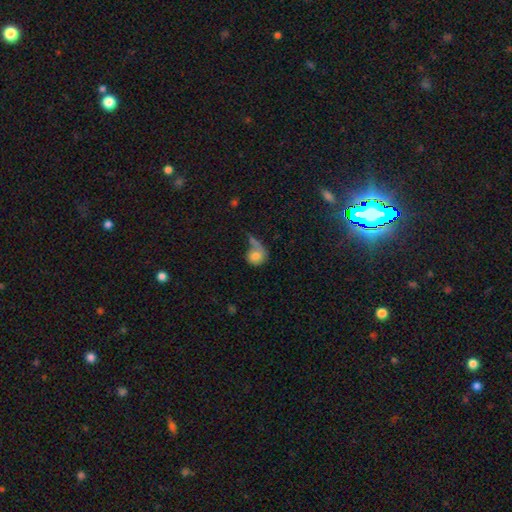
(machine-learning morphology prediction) Smooth or featured: smooth — 68% (featured or disk — 23%)
How rounded: round — 74% (in between — 24%)
Merging: major disturbance — 31% (tied with none — 31%)